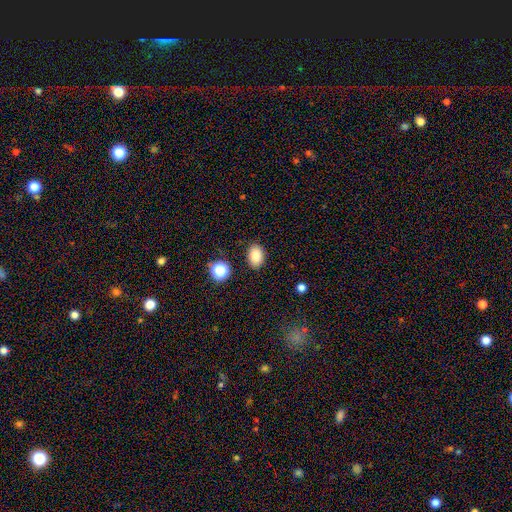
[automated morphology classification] smooth_or_featured: smooth (p=0.86) [alt: star or artifact p=0.10]
how_rounded: in between (p=0.82) [alt: round p=0.17]
merging: none (p=0.87) [alt: minor disturbance p=0.09]